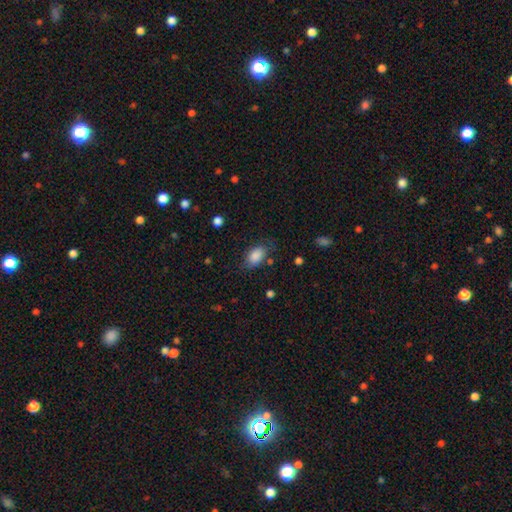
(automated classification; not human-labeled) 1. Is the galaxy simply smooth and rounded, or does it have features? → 86% smooth, 7% star or artifact, 7% featured or disk.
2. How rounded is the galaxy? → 90% in between, 9% round, 2% cigar-shaped.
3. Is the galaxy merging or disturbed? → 69% none, 21% minor disturbance, 8% major disturbance, 2% merger.